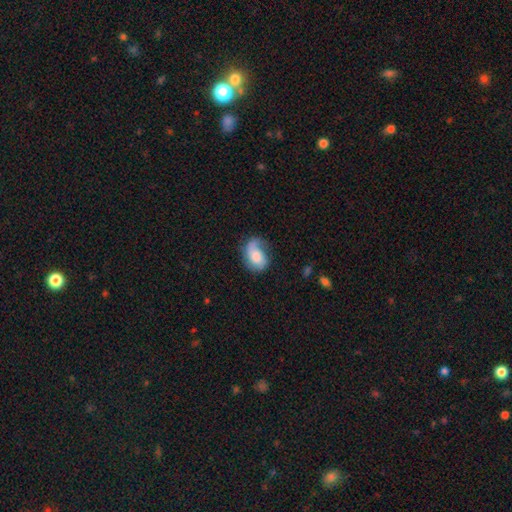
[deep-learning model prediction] Q: Smooth or featured?
A: smooth (51%); runner-up: featured or disk (41%)
Q: How rounded?
A: in between (80%); runner-up: round (19%)
Q: Merging?
A: none (44%); runner-up: minor disturbance (30%)